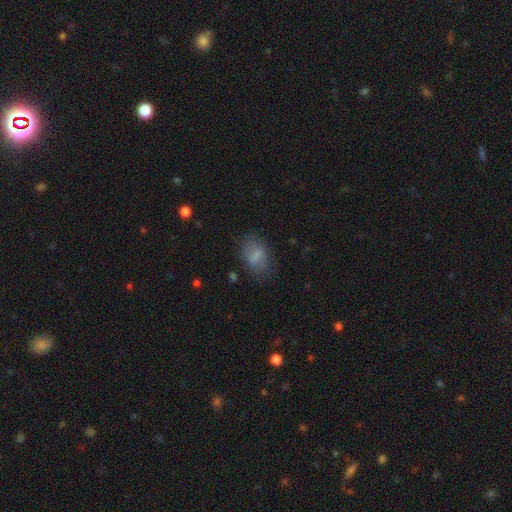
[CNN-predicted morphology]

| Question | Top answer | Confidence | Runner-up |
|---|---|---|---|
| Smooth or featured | smooth | 69% | featured or disk (22%) |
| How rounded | in between | 85% | round (12%) |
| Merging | none | 68% | minor disturbance (20%) |